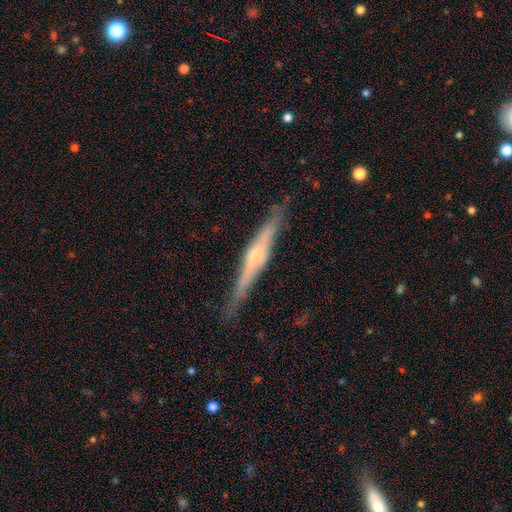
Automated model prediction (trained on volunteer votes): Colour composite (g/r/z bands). It shows a featured or disk galaxy (73%) viewed edge-on (97%) with a rounded central bulge (65%). Merging: none (86%).